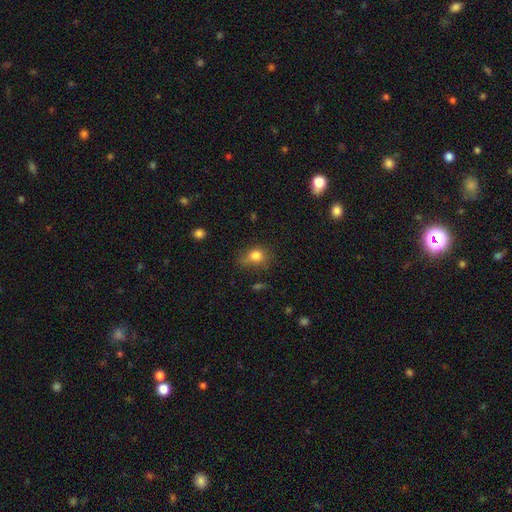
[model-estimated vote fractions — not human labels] A smooth galaxy with no disk features (80%) that is in between round and cigar-shaped (50%). Merging: none (53%).